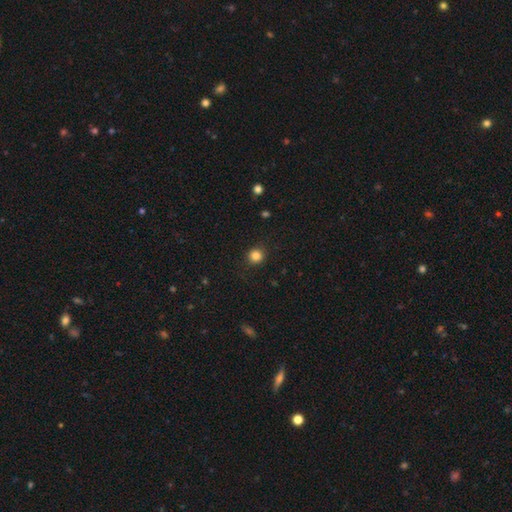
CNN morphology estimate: smooth-or-featured: smooth: 84% | star or artifact: 12% | featured or disk: 4%
  how-rounded: round: 92% | in between: 7% | cigar-shaped: 1%
  merging: none: 89% | minor disturbance: 7% | major disturbance: 3% | merger: 1%